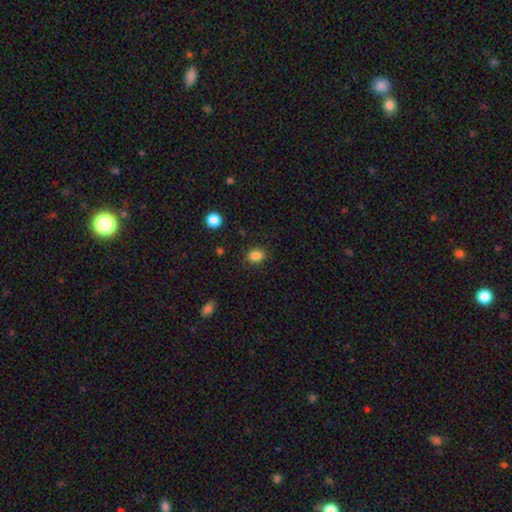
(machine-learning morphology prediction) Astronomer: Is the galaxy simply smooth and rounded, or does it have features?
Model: smooth — 85%.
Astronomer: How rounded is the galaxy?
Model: in between — 51% (runner-up: round, 49%).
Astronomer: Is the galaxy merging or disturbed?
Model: none — 86%.